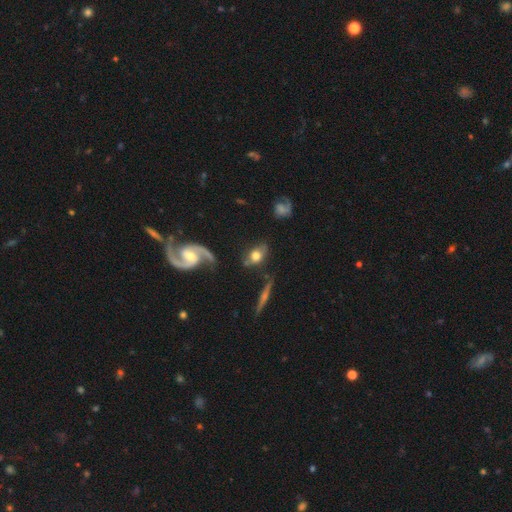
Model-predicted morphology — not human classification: smooth-or-featured: smooth: 58% | featured or disk: 34% | star or artifact: 8%
  how-rounded: in between: 65% | round: 31% | cigar-shaped: 3%
  merging: none: 58% | minor disturbance: 21% | major disturbance: 13% | merger: 8%